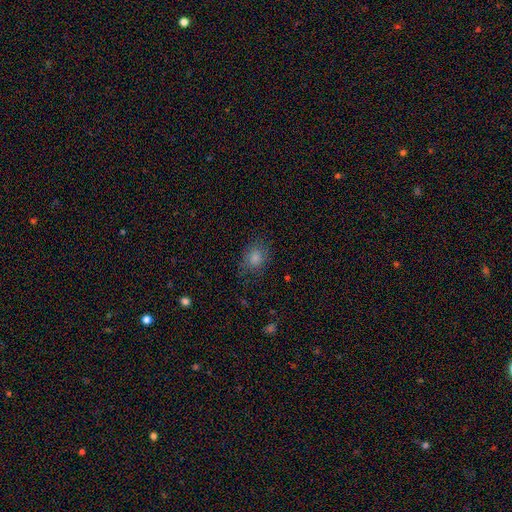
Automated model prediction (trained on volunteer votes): This appears to be a smooth galaxy with no disk features (82%) that is round (54%). Merging: none (74%).